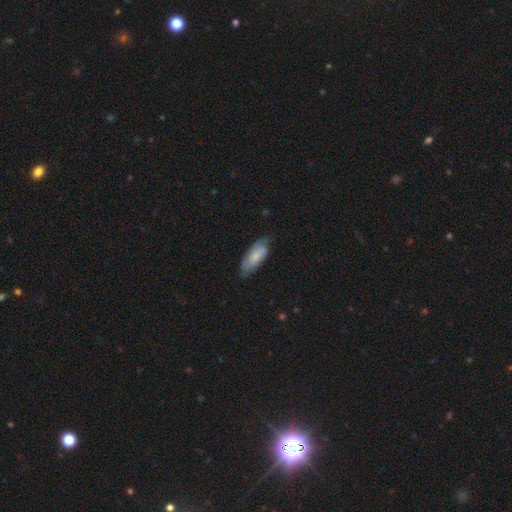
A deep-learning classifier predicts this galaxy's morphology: Smooth or featured? smooth (63%)
How rounded? in between (77%)
Merging? none (64%)